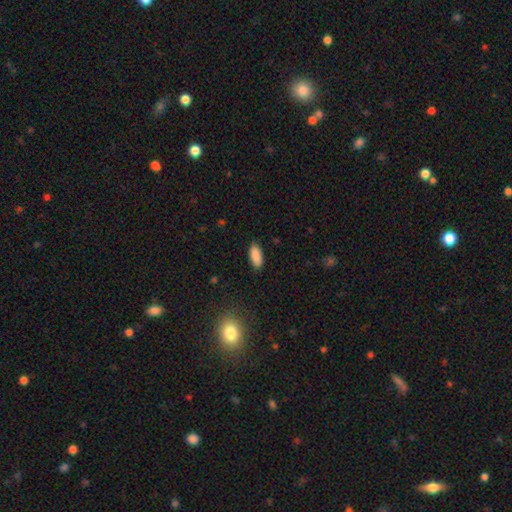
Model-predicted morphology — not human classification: smooth_or_featured: smooth (p=0.88) [alt: star or artifact p=0.07]
how_rounded: in between (p=0.84) [alt: cigar-shaped p=0.14]
merging: none (p=0.88) [alt: minor disturbance p=0.09]